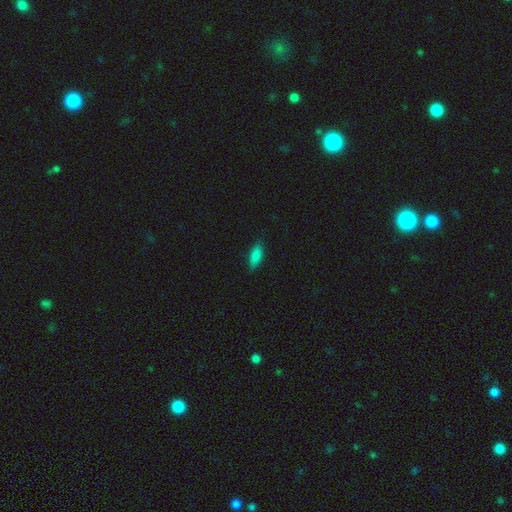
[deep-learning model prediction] Smooth or featured: smooth — 85% (star or artifact — 8%)
How rounded: in between — 73% (cigar-shaped — 25%)
Merging: none — 83% (minor disturbance — 14%)